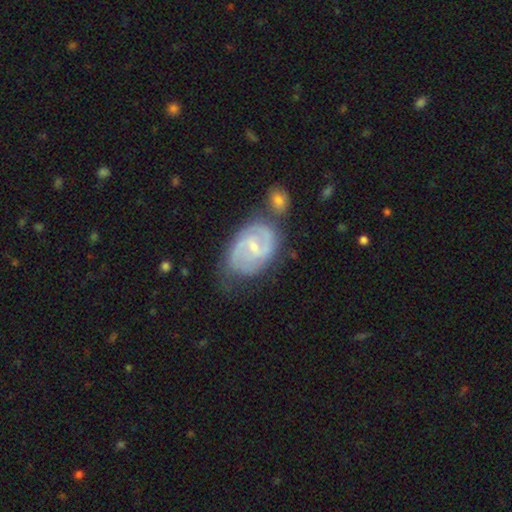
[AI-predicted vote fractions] A featured or disk galaxy (82%) with a weak bar (62%), 2 (74%) medium (47%) spiral arms (93%) and a small central bulge (64%).

Vote fractions:
- Smooth or featured? featured or disk: 82% / smooth: 13% / star or artifact: 5%
- Edge-on disk? no: 97% / yes: 3%
- Bar? weak: 62% / strong: 19% / no: 19%
- Spiral arms? yes: 93% / no: 7%
- Spiral winding? medium: 47% / tight: 39% / loose: 13%
- Spiral arm count? 2: 74% / can't tell: 13% / 3: 7% / 1: 2% / 4: 2% / more than 4: 2%
- Bulge size? small: 64% / moderate: 30% / none: 3% / large: 1% / dominant: 1%
- Merging? none: 56% / minor disturbance: 24% / merger: 11% / major disturbance: 9%